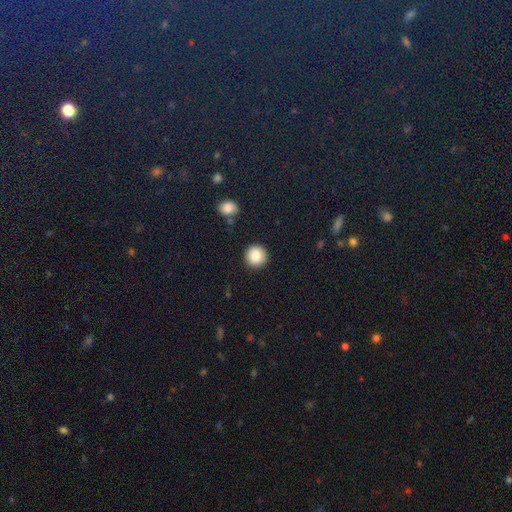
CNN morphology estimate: Smooth or featured?
  - smooth: 86% *
  - star or artifact: 9%
  - featured or disk: 5%
How rounded?
  - round: 94% *
  - in between: 5%
  - cigar-shaped: 1%
Merging?
  - none: 91% *
  - minor disturbance: 6%
  - major disturbance: 2%
  - merger: 2%